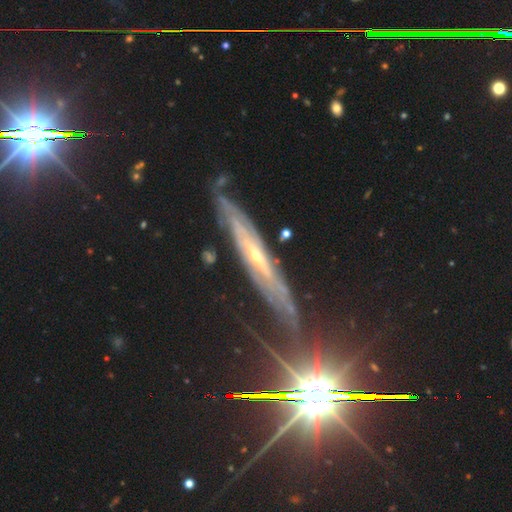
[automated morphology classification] smooth_or_featured: featured or disk (p=0.74) [alt: star or artifact p=0.16]
disk_edge_on: yes (p=0.68) [alt: no p=0.32]
edge_on_bulge: rounded (p=0.59) [alt: none p=0.36]
merging: none (p=0.78) [alt: minor disturbance p=0.16]